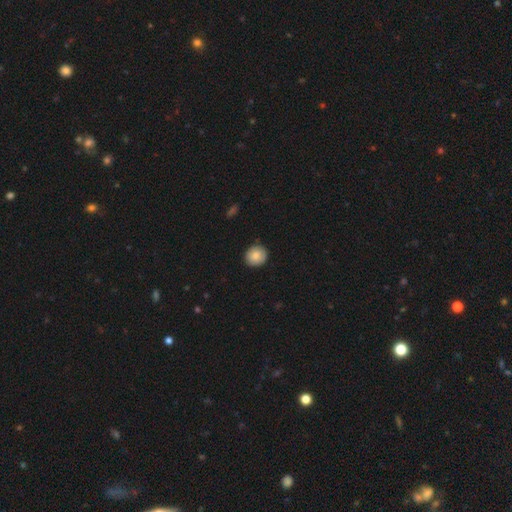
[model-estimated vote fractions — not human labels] Smooth or featured?
  - smooth: 85% *
  - featured or disk: 8%
  - star or artifact: 7%
How rounded?
  - round: 86% *
  - in between: 13%
  - cigar-shaped: 1%
Merging?
  - none: 89% *
  - minor disturbance: 9%
  - major disturbance: 2%
  - merger: 1%